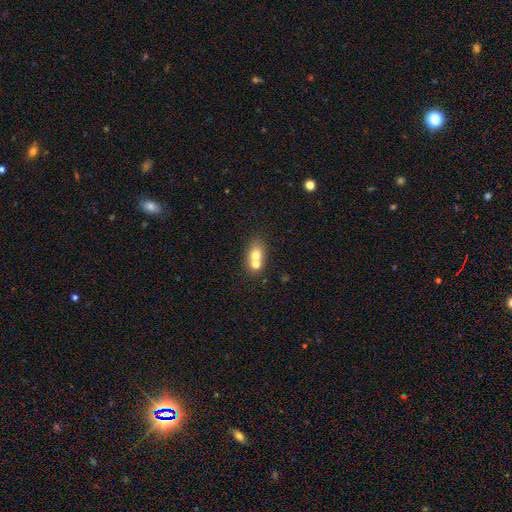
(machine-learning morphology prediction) Q: Smooth or featured?
A: smooth (68%); runner-up: featured or disk (20%)
Q: How rounded?
A: in between (54%); runner-up: round (44%)
Q: Merging?
A: merger (53%); runner-up: none (36%)